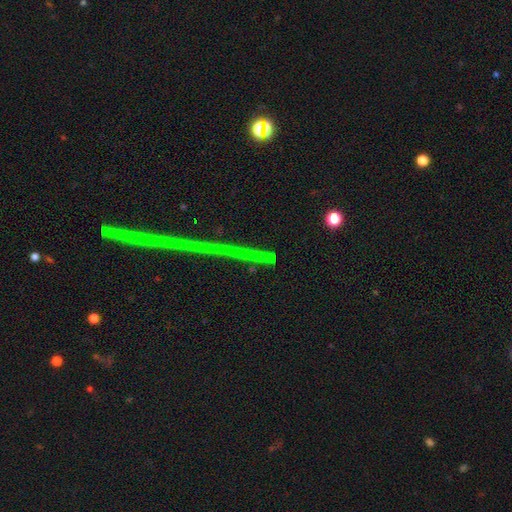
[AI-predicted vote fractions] This is likely a star or artifact rather than a galaxy (78%).